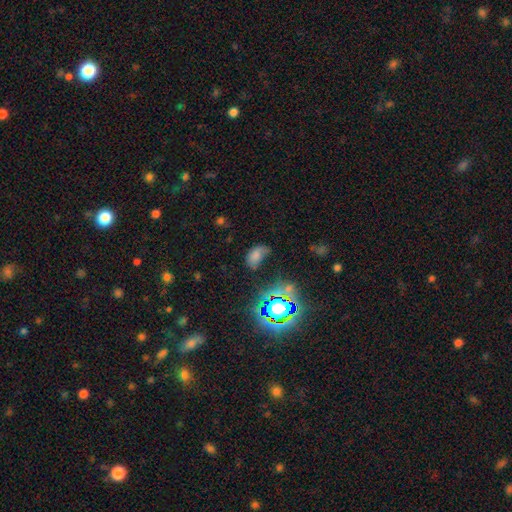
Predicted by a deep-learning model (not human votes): Smooth or featured: smooth — 61% (star or artifact — 26%)
How rounded: in between — 89% (round — 9%)
Merging: none — 41% (minor disturbance — 31%)